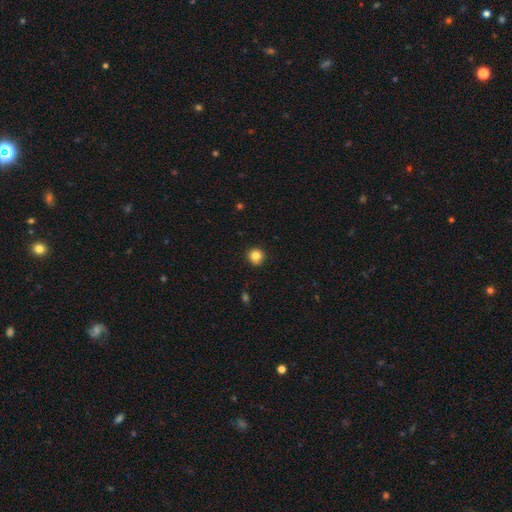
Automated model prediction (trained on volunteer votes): smooth-or-featured: smooth: 84% | star or artifact: 11% | featured or disk: 5%
  how-rounded: round: 93% | in between: 6% | cigar-shaped: 1%
  merging: none: 90% | minor disturbance: 7% | major disturbance: 2% | merger: 1%